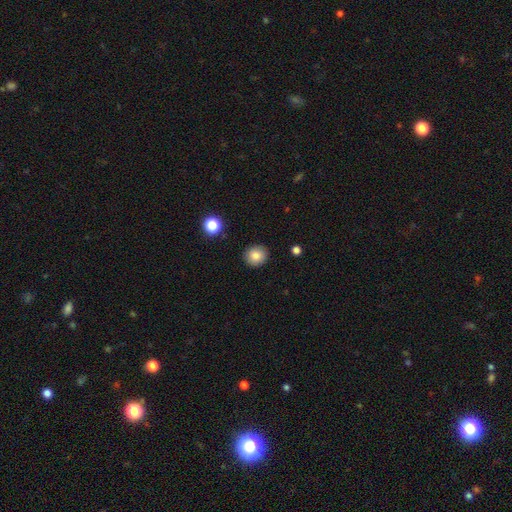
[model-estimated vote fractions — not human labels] Morphology: type=smooth (85%); roundness=round (83%); merging=none (90%).